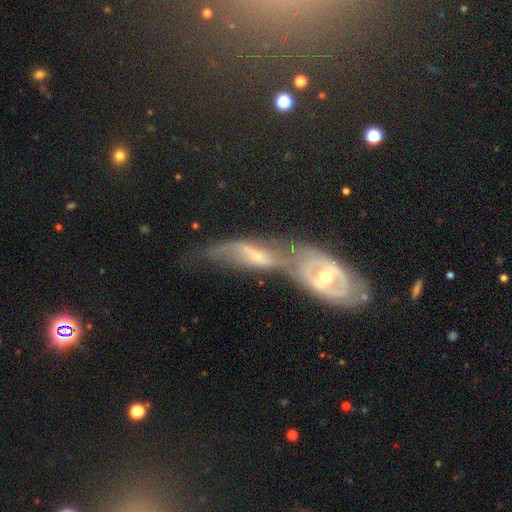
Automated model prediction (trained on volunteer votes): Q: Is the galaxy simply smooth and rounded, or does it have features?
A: featured or disk — 72%.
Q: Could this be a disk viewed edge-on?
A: no — 85%.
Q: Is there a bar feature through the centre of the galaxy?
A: weak — 39%.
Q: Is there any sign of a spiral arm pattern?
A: yes — 73%.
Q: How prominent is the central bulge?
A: moderate — 50%.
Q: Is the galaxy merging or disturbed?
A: merger — 59%.